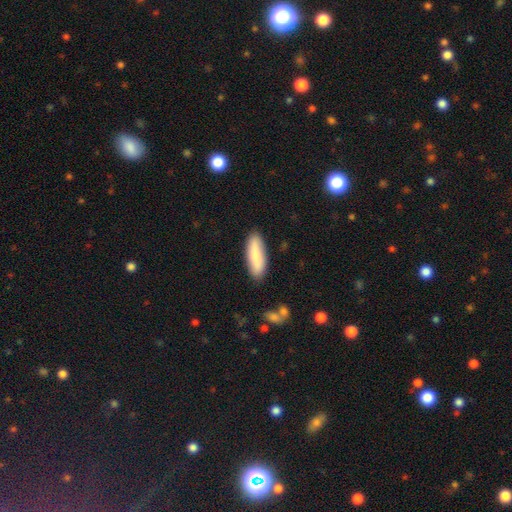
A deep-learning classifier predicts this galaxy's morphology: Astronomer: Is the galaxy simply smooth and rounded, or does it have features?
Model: smooth — 79%.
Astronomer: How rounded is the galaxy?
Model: in between — 54% (runner-up: cigar-shaped, 44%).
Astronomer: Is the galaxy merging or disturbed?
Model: none — 86%.